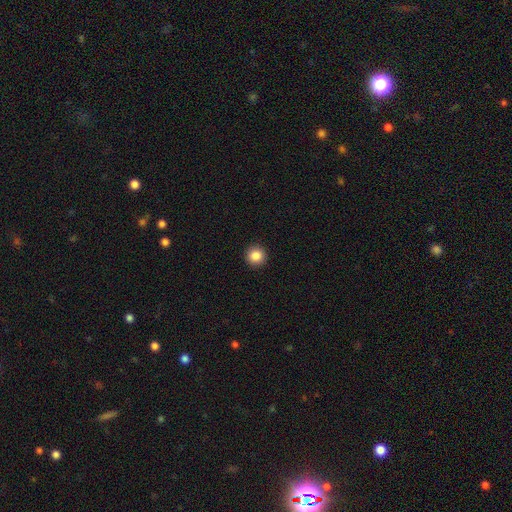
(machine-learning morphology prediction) smooth_or_featured: smooth (p=0.86) [alt: star or artifact p=0.10]
how_rounded: round (p=0.95) [alt: in between p=0.04]
merging: none (p=0.93) [alt: minor disturbance p=0.04]